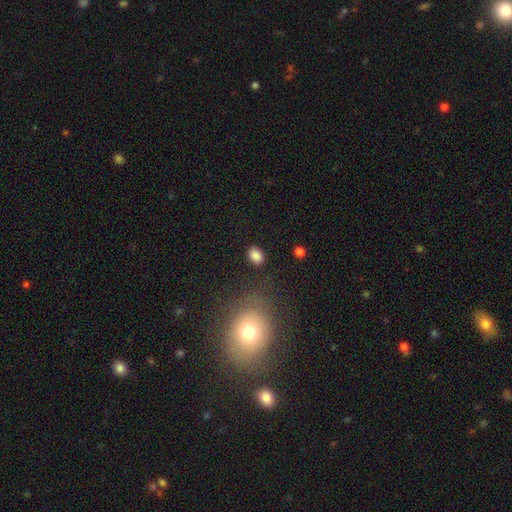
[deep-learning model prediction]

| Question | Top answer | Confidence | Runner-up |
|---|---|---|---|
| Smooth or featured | smooth | 85% | star or artifact (10%) |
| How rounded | in between | 72% | round (26%) |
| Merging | none | 84% | minor disturbance (11%) |